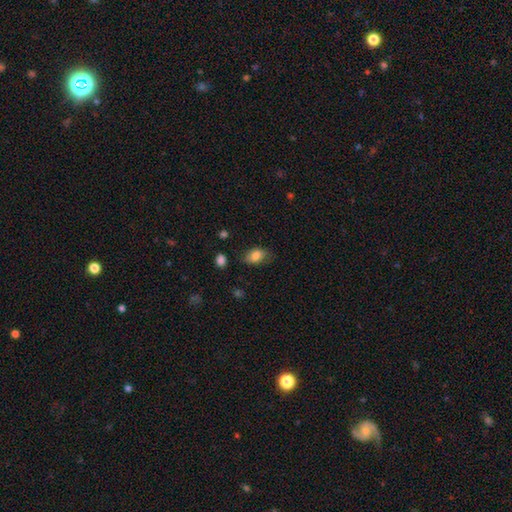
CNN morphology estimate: type=smooth (82%); roundness=in between (84%); merging=none (70%).